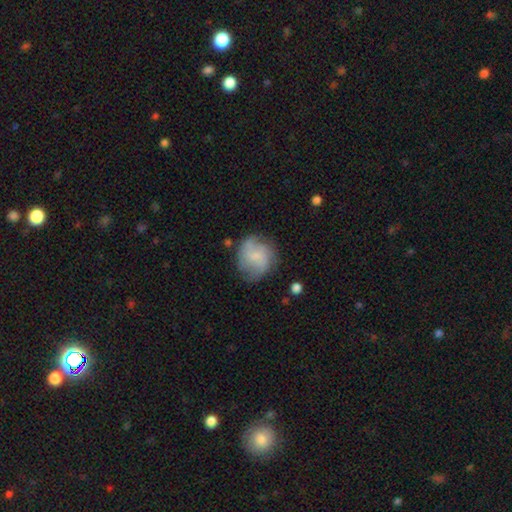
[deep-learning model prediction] smooth_or_featured: smooth (p=0.48) [alt: featured or disk p=0.45]
merging: none (p=0.65) [alt: minor disturbance p=0.23]